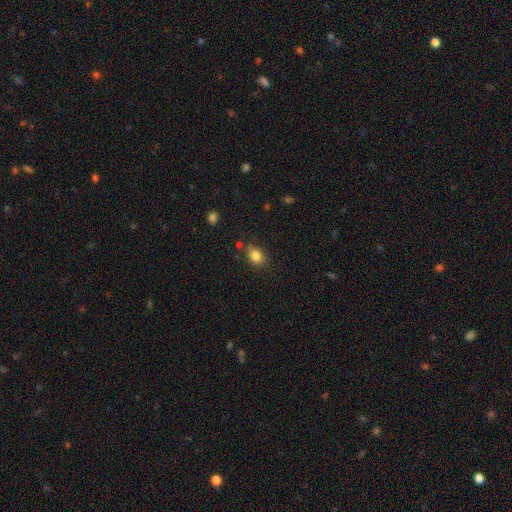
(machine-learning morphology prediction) smooth-or-featured: smooth: 84% | star or artifact: 10% | featured or disk: 6%
  how-rounded: in between: 70% | round: 28% | cigar-shaped: 1%
  merging: none: 75% | minor disturbance: 16% | merger: 6% | major disturbance: 4%